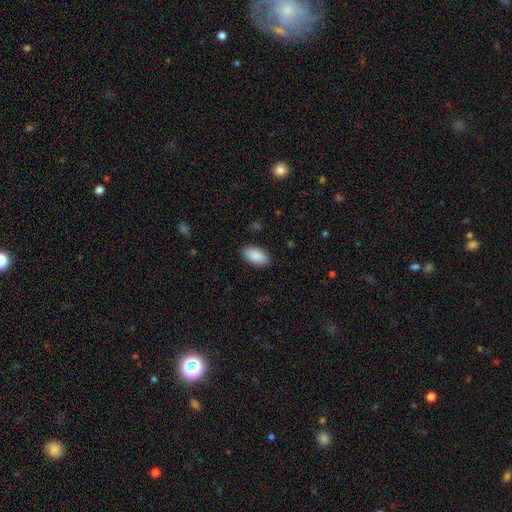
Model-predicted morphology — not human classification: A smooth galaxy with no disk features (90%) that is in between round and cigar-shaped (95%). Merging: none (88%).